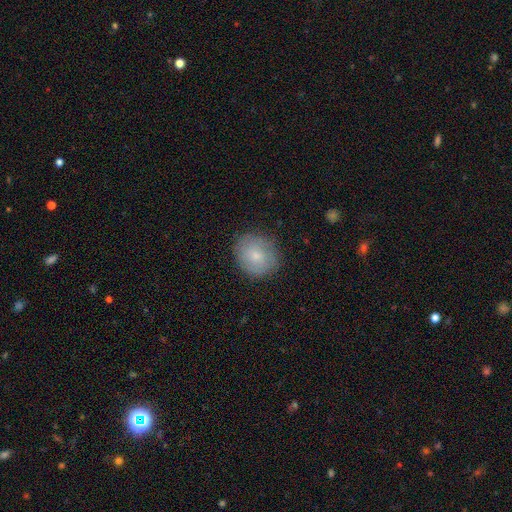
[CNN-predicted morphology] This appears to be a smooth galaxy with no disk features (73%) that is round (71%). Merging: none (82%).